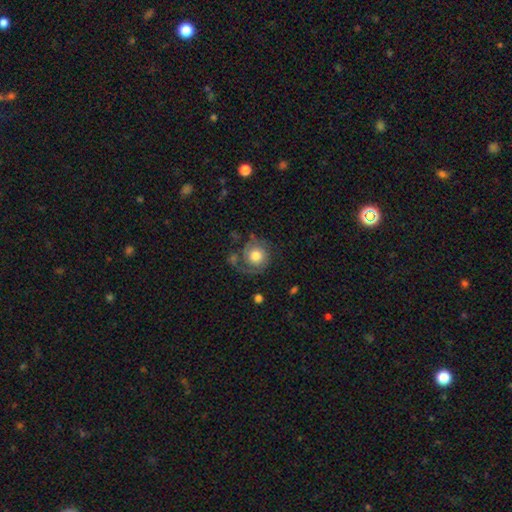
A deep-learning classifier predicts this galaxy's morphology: The model was most divided on "smooth or featured": featured or disk: 47%, smooth: 45%, star or artifact: 8%. More confident: merging — none (54%).